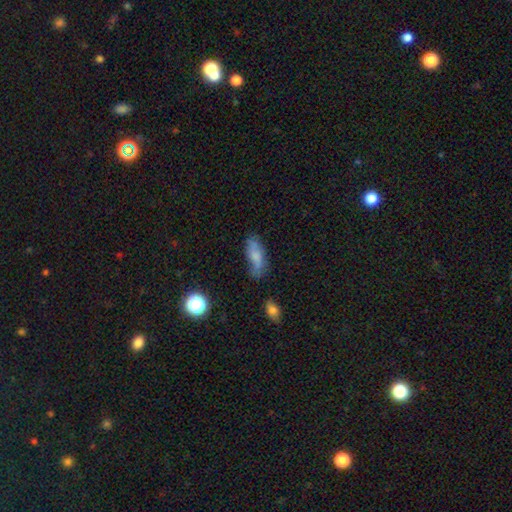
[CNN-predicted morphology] Smooth or featured: smooth — 65% (featured or disk — 25%)
How rounded: in between — 73% (cigar-shaped — 23%)
Merging: none — 51% (minor disturbance — 31%)